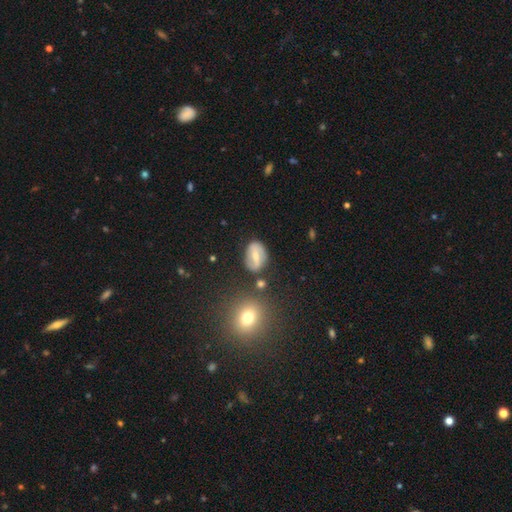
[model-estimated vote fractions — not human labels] smooth-or-featured: featured or disk: 54% | smooth: 37% | star or artifact: 9%
  disk-edge-on: no: 95% | yes: 5%
    bar: weak: 41% | strong: 40% | no: 19%
    has-spiral-arms: yes: 64% | no: 36%
    bulge-size: small: 47% | moderate: 46% | none: 4% | large: 2% | dominant: 1%
  merging: none: 72% | minor disturbance: 17% | merger: 6% | major disturbance: 5%